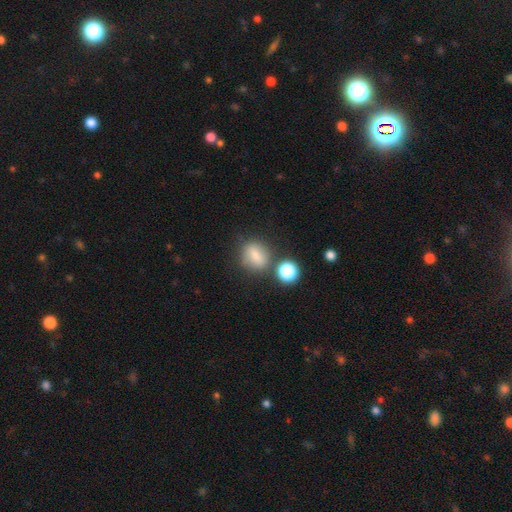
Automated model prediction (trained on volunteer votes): This appears to be a smooth galaxy with no disk features (72%) that is round (54%). Merging: none (67%).